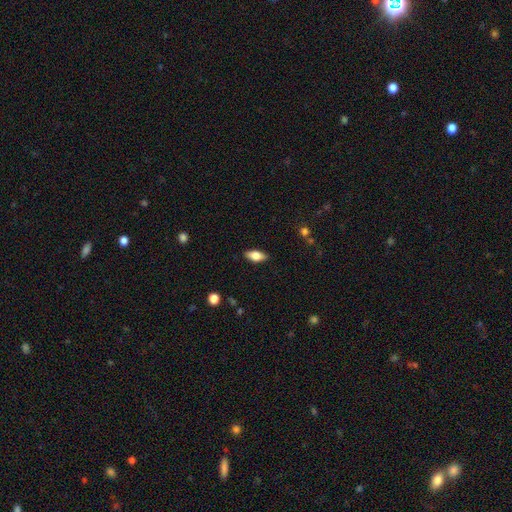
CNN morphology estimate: Smooth or featured: smooth — 72% (featured or disk — 21%)
How rounded: in between — 85% (cigar-shaped — 11%)
Merging: none — 87% (minor disturbance — 10%)